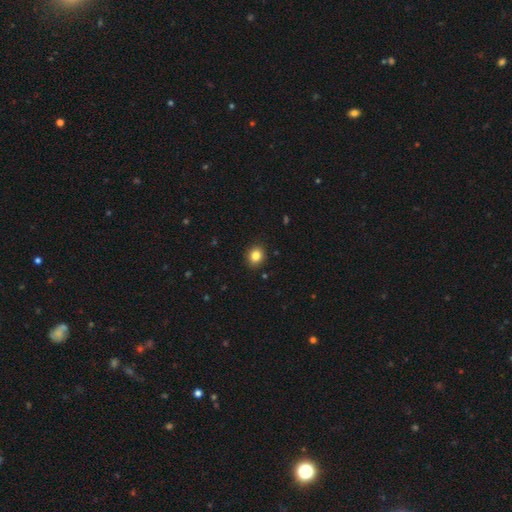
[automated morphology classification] This is clearly a smooth galaxy (84%). How rounded: likely round (71%). Merging: clearly none (90%).